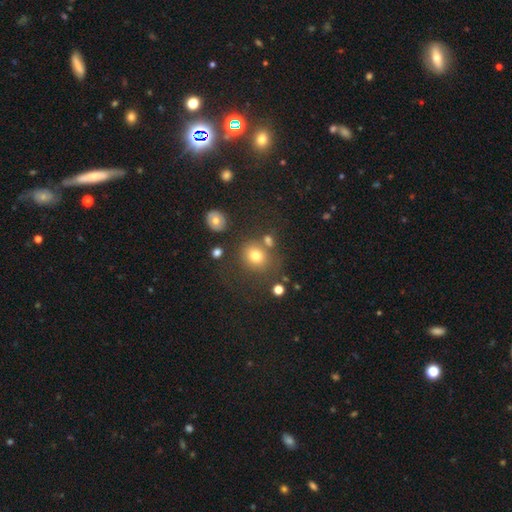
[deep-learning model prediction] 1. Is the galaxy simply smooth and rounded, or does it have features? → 75% smooth, 15% star or artifact, 10% featured or disk.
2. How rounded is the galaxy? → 75% round, 24% in between, 1% cigar-shaped.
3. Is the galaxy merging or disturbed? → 67% none, 13% minor disturbance, 12% merger, 8% major disturbance.